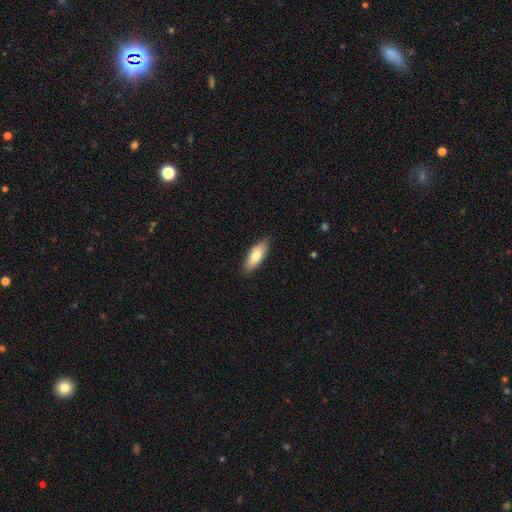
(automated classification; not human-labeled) smooth 72%, featured or disk 22%, star or artifact 6%. Down the decision tree: how rounded — in between (66%); merging — none (88%).